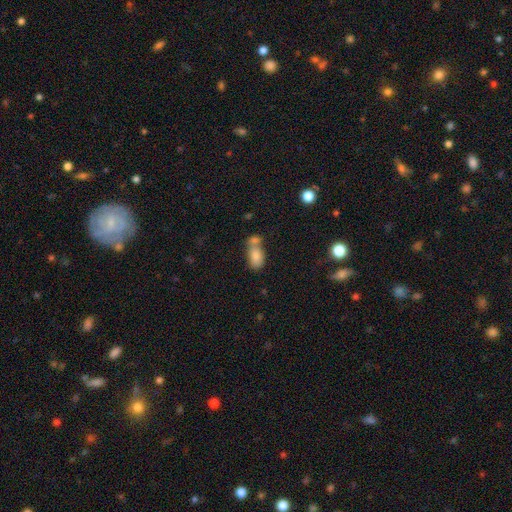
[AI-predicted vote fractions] A smooth galaxy with no disk features (82%) that is in between round and cigar-shaped (90%). Merging: merger (51%).